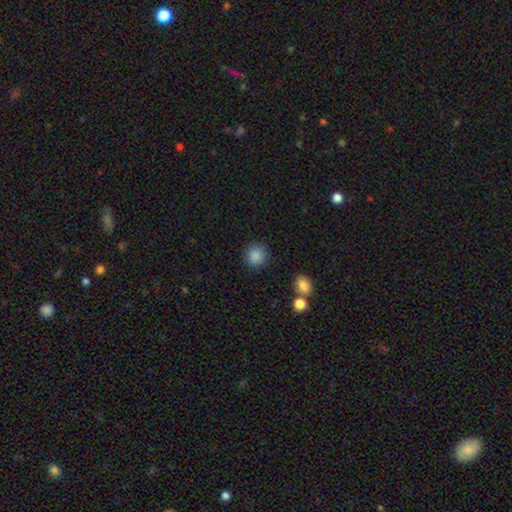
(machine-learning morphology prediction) This is clearly a smooth galaxy (87%). How rounded: clearly round (87%). Merging: clearly none (88%).